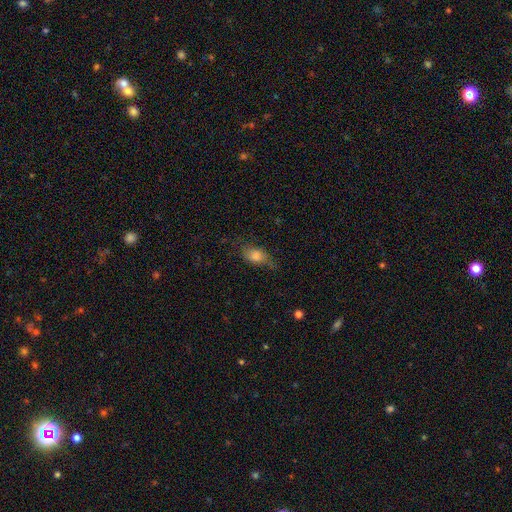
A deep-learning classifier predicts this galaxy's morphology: A smooth galaxy with no disk features (68%) that is in between round and cigar-shaped (75%). Merging: none (54%).